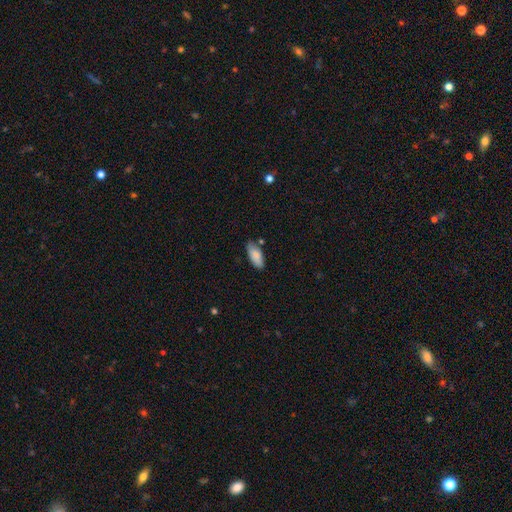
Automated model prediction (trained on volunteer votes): This appears to be a smooth galaxy with no disk features (85%) that is in between round and cigar-shaped (82%). Merging: none (79%).